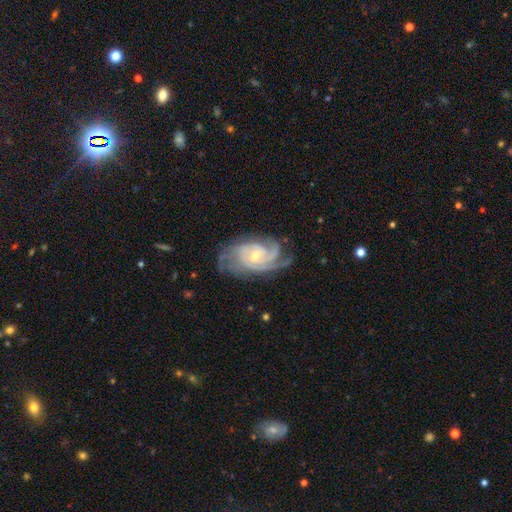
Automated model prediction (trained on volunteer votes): A featured or disk galaxy (91%) with no bar (57%), 3 (35%) tight (61%) spiral arms (98%) and a small central bulge (63%).

Vote fractions:
- Smooth or featured? featured or disk: 91% / star or artifact: 5% / smooth: 5%
- Edge-on disk? no: 97% / yes: 3%
- Bar? no: 57% / weak: 35% / strong: 8%
- Spiral arms? yes: 98% / no: 2%
- Spiral winding? tight: 61% / medium: 34% / loose: 6%
- Spiral arm count? 3: 35% / 4: 24% / can't tell: 15% / 2: 14% / more than 4: 6% / 1: 6%
- Bulge size? small: 63% / moderate: 34% / large: 1% / none: 1% / dominant: 1%
- Merging? none: 71% / minor disturbance: 19% / major disturbance: 9% / merger: 1%